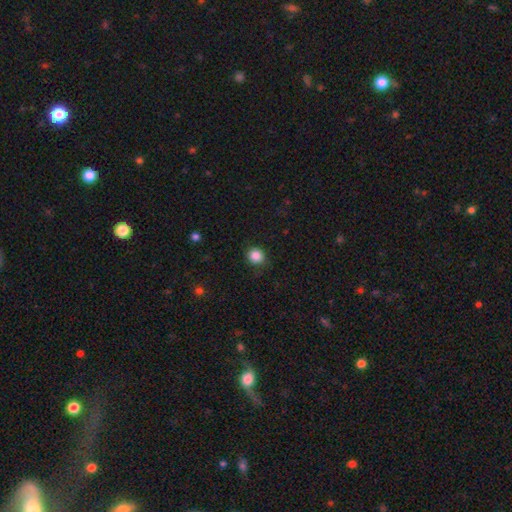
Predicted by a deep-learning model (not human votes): Overall: smooth (87%). How rounded: round (89%). Merging: none (85%).